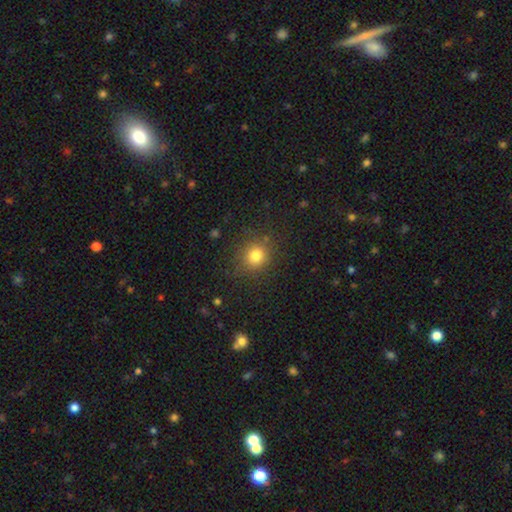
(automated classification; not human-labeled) This appears to be a smooth galaxy with no disk features (79%) that is round (87%). Merging: none (85%).